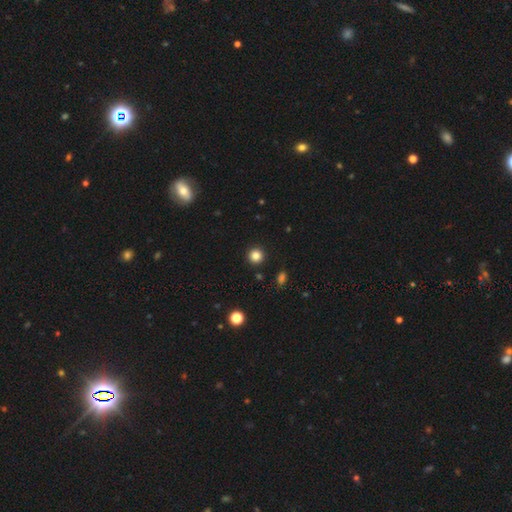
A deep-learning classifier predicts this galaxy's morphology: Smooth or featured: smooth — 84% (star or artifact — 12%)
How rounded: round — 95% (in between — 4%)
Merging: none — 92% (minor disturbance — 4%)